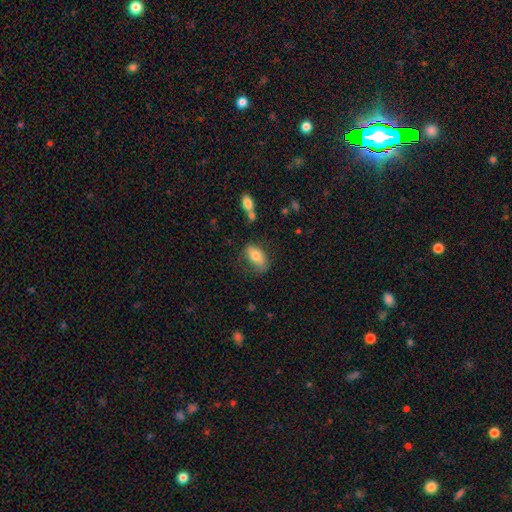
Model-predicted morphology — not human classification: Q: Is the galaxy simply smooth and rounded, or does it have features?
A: smooth — 76%.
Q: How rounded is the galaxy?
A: in between — 89%.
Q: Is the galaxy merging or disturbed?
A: none — 62%.